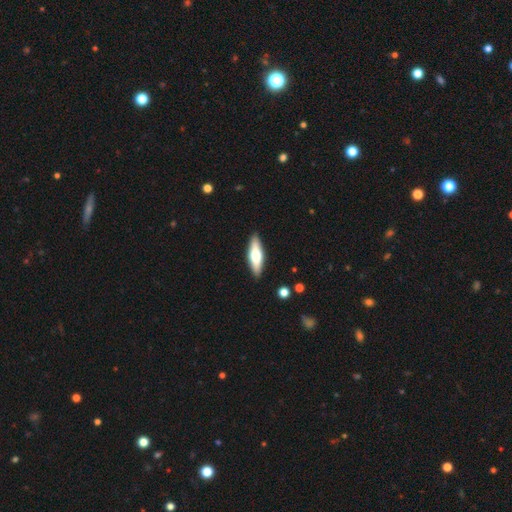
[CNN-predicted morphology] smooth 51%, featured or disk 44%, star or artifact 5%. Down the decision tree: how rounded — cigar-shaped (52%); merging — none (89%).